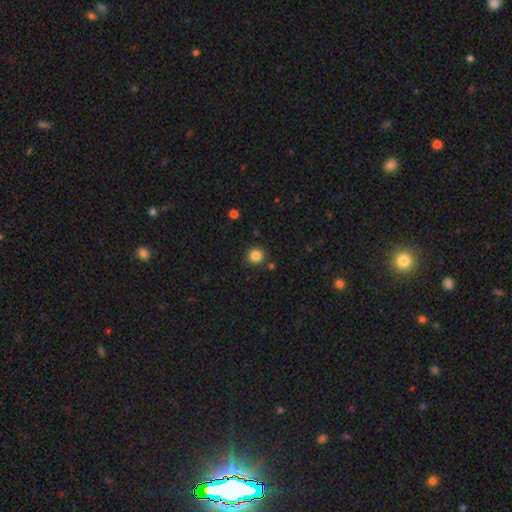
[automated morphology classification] This appears to be a smooth galaxy with no disk features (85%) that is round (91%). Merging: none (88%).